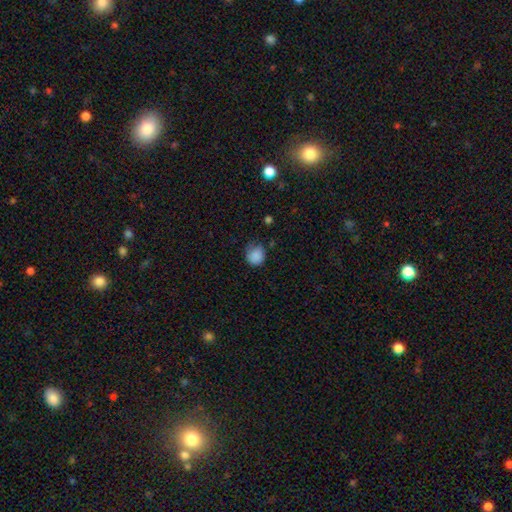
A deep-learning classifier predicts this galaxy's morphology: Smooth or featured?
  - smooth: 86% *
  - star or artifact: 9%
  - featured or disk: 4%
How rounded?
  - round: 83% *
  - in between: 17%
  - cigar-shaped: 1%
Merging?
  - none: 63% *
  - minor disturbance: 29%
  - major disturbance: 7%
  - merger: 2%